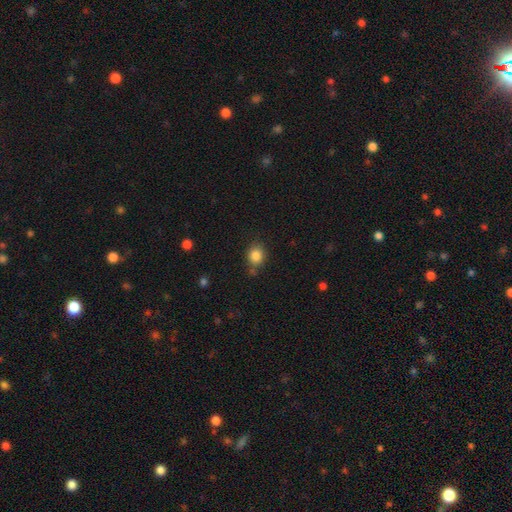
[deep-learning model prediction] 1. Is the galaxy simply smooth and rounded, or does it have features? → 85% smooth, 10% star or artifact, 5% featured or disk.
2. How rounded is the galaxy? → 68% round, 31% in between, 1% cigar-shaped.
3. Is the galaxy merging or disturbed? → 74% none, 15% minor disturbance, 7% merger, 4% major disturbance.